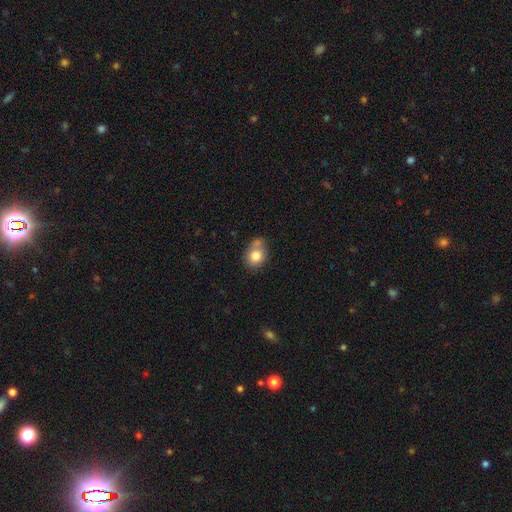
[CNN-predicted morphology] smooth-or-featured: smooth: 79% | featured or disk: 12% | star or artifact: 9%
  how-rounded: in between: 52% | round: 47% | cigar-shaped: 1%
  merging: none: 49% | minor disturbance: 23% | merger: 20% | major disturbance: 7%